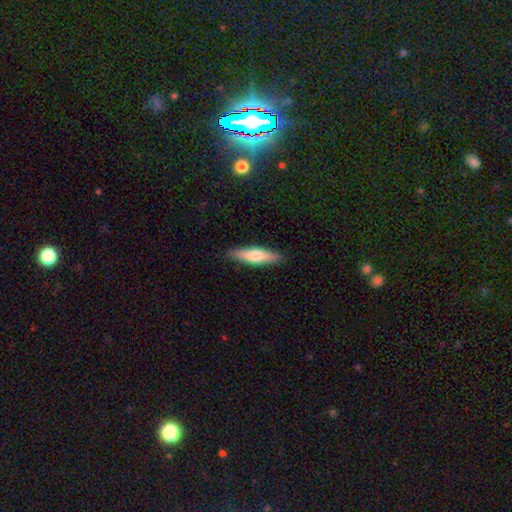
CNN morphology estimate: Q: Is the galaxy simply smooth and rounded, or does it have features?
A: smooth — 63%.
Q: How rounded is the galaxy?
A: cigar-shaped — 71%.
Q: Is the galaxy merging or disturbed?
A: none — 88%.